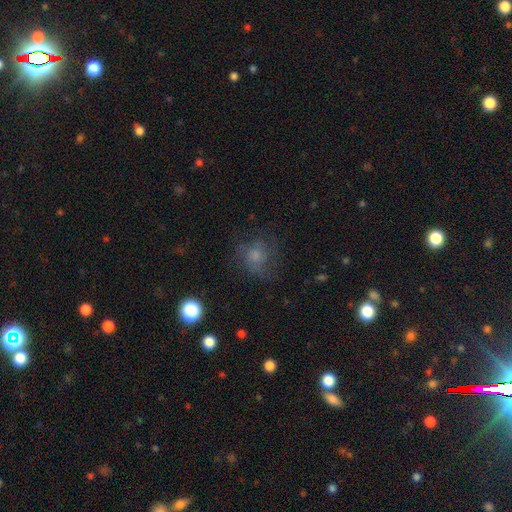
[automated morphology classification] Smooth or featured?
  - smooth: 57% *
  - featured or disk: 27%
  - star or artifact: 16%
How rounded?
  - round: 78% *
  - in between: 20%
  - cigar-shaped: 1%
Merging?
  - none: 60% *
  - minor disturbance: 20%
  - major disturbance: 19%
  - merger: 2%